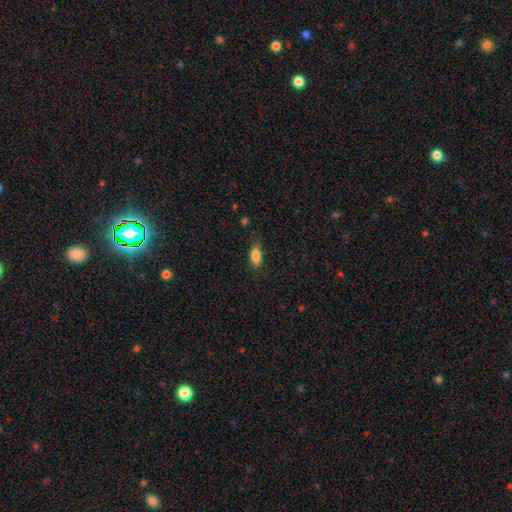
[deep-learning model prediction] Smooth or featured? Predicted: smooth (p=0.86). How rounded? Predicted: in between (p=0.85). Merging? Predicted: none (p=0.73).